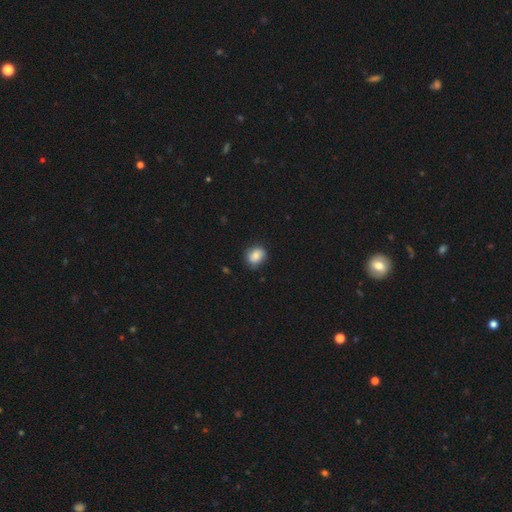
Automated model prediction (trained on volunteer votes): Q: Smooth or featured?
A: smooth (79%); runner-up: featured or disk (13%)
Q: How rounded?
A: round (59%); runner-up: in between (40%)
Q: Merging?
A: none (80%); runner-up: minor disturbance (15%)